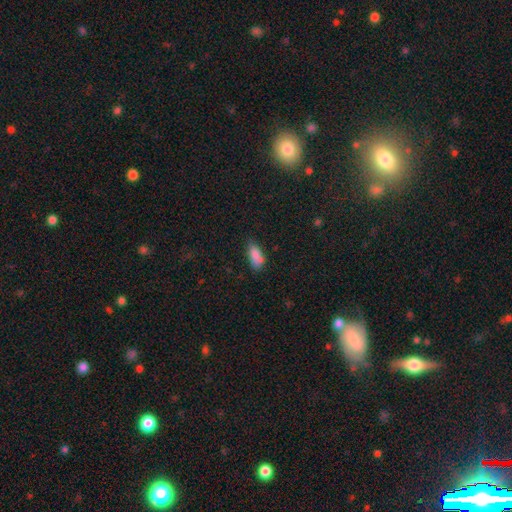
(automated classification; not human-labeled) smooth-or-featured: smooth: 85% | star or artifact: 9% | featured or disk: 7%
  how-rounded: in between: 88% | cigar-shaped: 9% | round: 3%
  merging: none: 58% | minor disturbance: 31% | major disturbance: 8% | merger: 3%